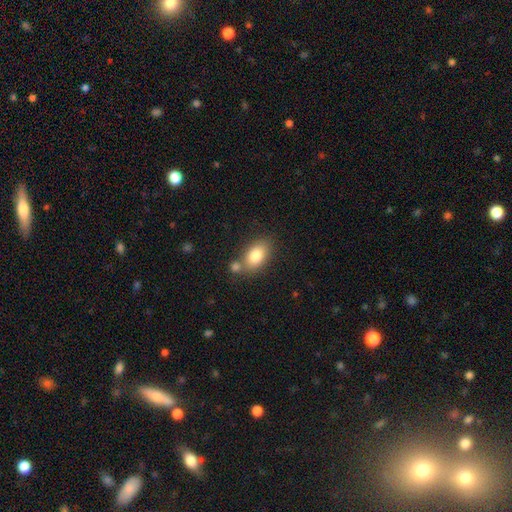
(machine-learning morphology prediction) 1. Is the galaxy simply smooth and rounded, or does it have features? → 81% smooth, 11% featured or disk, 8% star or artifact.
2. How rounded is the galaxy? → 88% in between, 10% round, 2% cigar-shaped.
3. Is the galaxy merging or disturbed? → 59% none, 22% merger, 14% minor disturbance, 4% major disturbance.